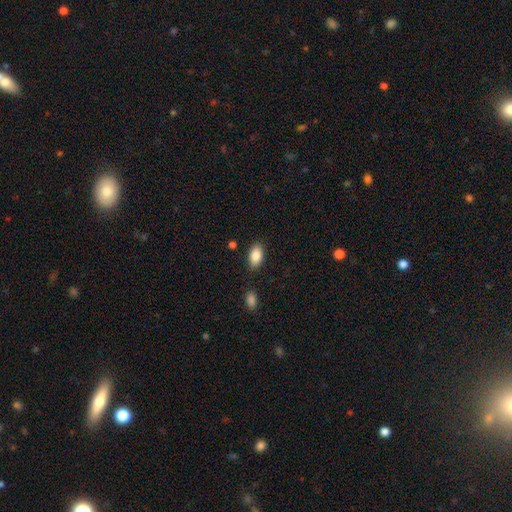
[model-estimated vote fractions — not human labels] The model was most divided on "merging": none: 83%, minor disturbance: 11%, merger: 3%, major disturbance: 3%. More confident: how rounded — in between (93%); smooth or featured — smooth (87%).